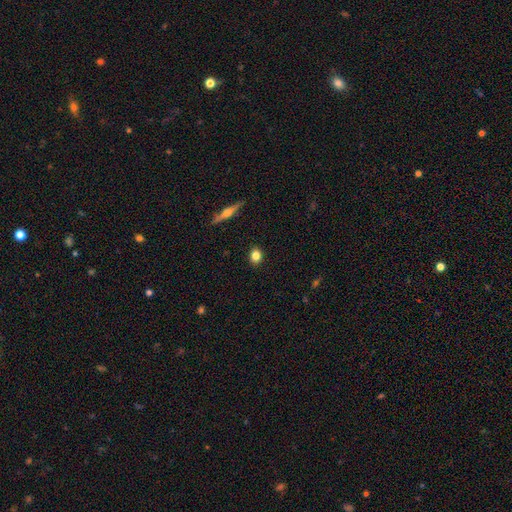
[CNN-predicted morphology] This appears to be a smooth galaxy with no disk features (82%) that is round (68%). Merging: none (91%).